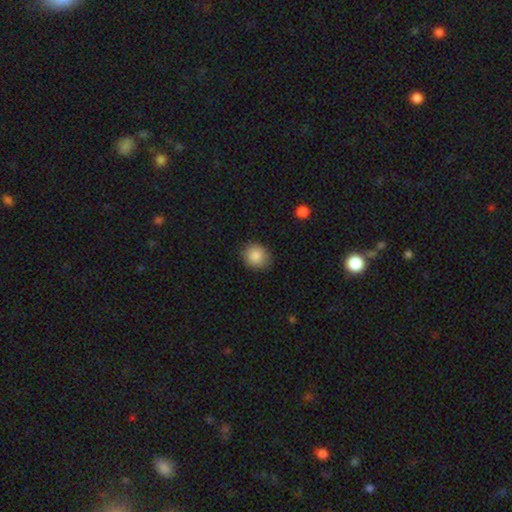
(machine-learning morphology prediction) smooth-or-featured: smooth: 87% | star or artifact: 8% | featured or disk: 4%
  how-rounded: round: 80% | in between: 20% | cigar-shaped: 1%
  merging: none: 86% | minor disturbance: 10% | major disturbance: 2% | merger: 1%